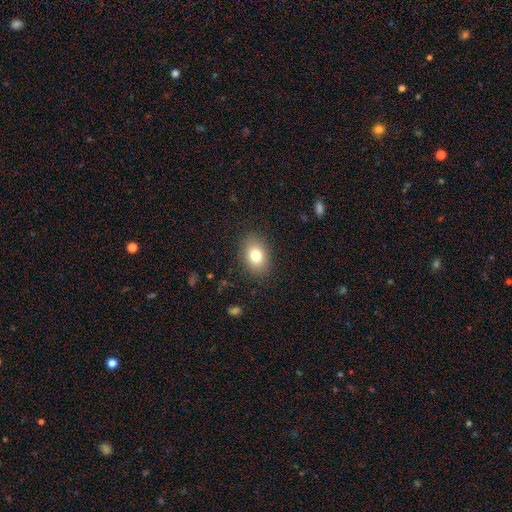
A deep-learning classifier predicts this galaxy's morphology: Overall: smooth (79%). How rounded: in between (73%). Merging: none (87%).